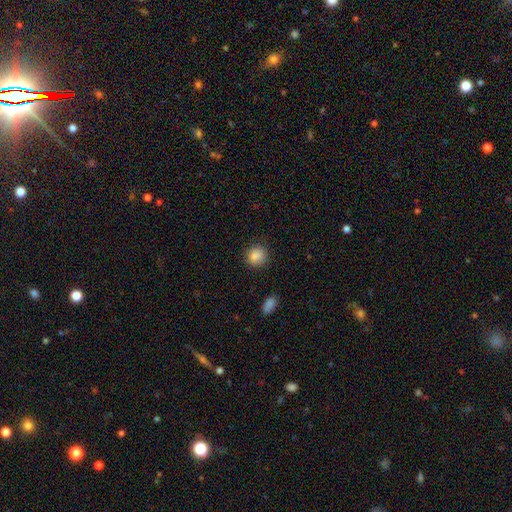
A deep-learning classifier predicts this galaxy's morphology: A smooth galaxy with no disk features (88%) that is round (84%). Merging: none (87%).